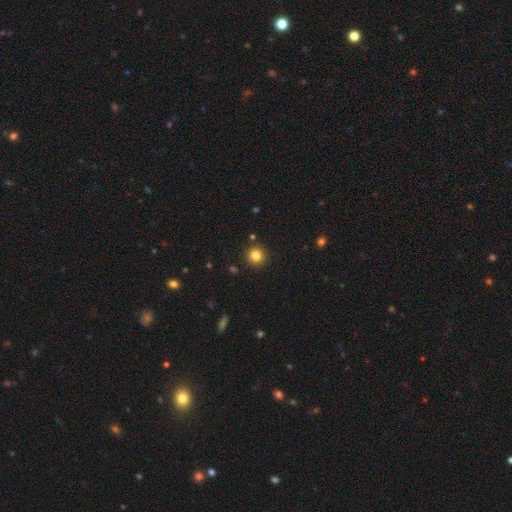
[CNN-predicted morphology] A smooth galaxy with no disk features (83%) that is round (94%). Merging: none (91%).